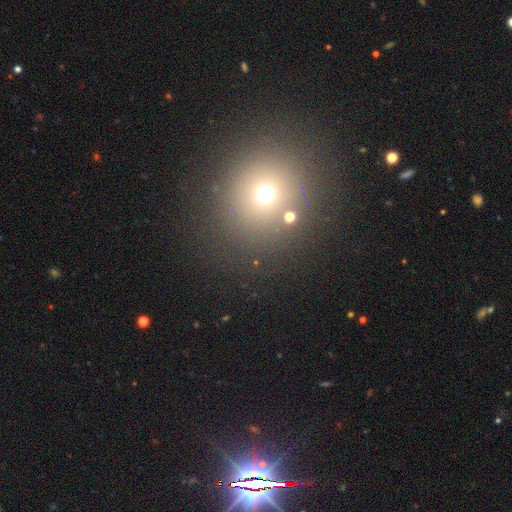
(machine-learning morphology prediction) smooth_or_featured: smooth (p=0.52) [alt: star or artifact p=0.38]
how_rounded: round (p=0.86) [alt: in between p=0.13]
merging: none (p=0.85) [alt: minor disturbance p=0.07]